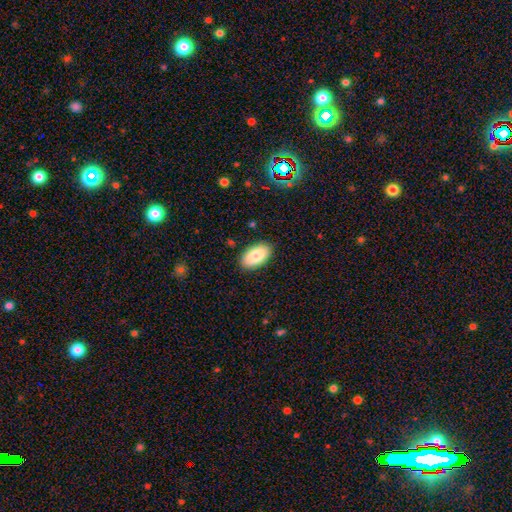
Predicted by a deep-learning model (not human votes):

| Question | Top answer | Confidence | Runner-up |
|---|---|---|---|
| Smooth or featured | smooth | 85% | featured or disk (9%) |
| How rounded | in between | 95% | round (3%) |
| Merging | none | 88% | minor disturbance (9%) |